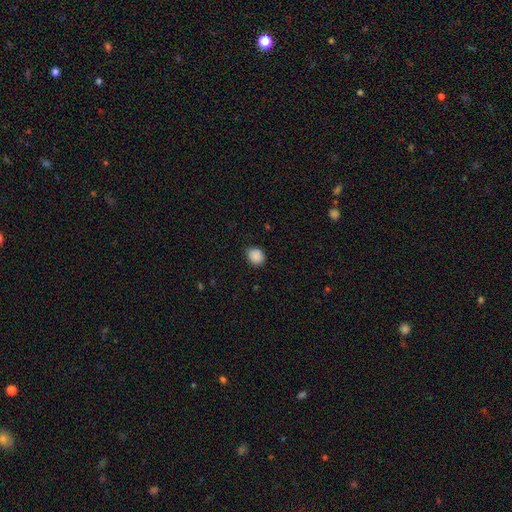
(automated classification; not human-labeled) Overall: smooth (89%). How rounded: round (65%; in between 34%). Merging: none (84%).